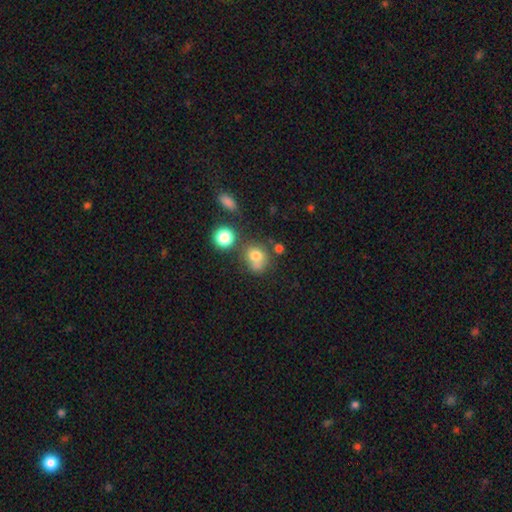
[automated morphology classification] smooth-or-featured: smooth: 75% | star or artifact: 13% | featured or disk: 12%
  how-rounded: round: 66% | in between: 33% | cigar-shaped: 1%
  merging: none: 48% | merger: 23% | minor disturbance: 19% | major disturbance: 9%